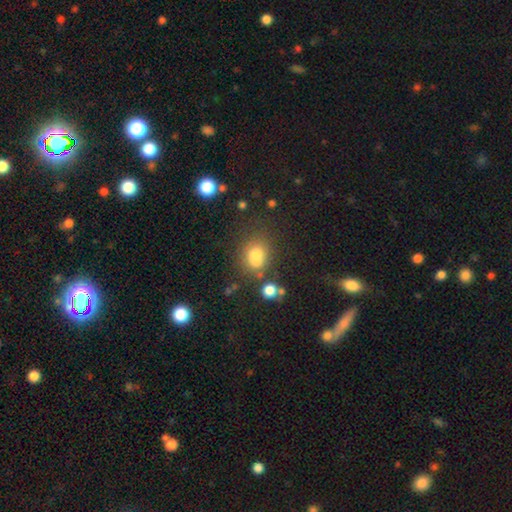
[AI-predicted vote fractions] This is likely a smooth galaxy (71%). How rounded: likely round (62%). Merging: possibly none (50%).